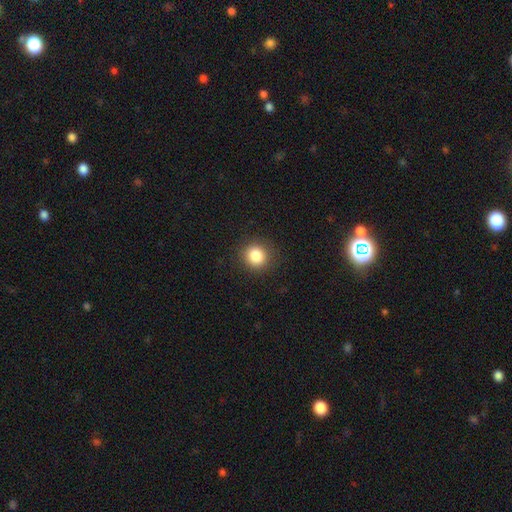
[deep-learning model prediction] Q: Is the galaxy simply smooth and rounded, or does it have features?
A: smooth — 85%.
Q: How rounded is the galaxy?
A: round — 90%.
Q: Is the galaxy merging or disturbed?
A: none — 89%.